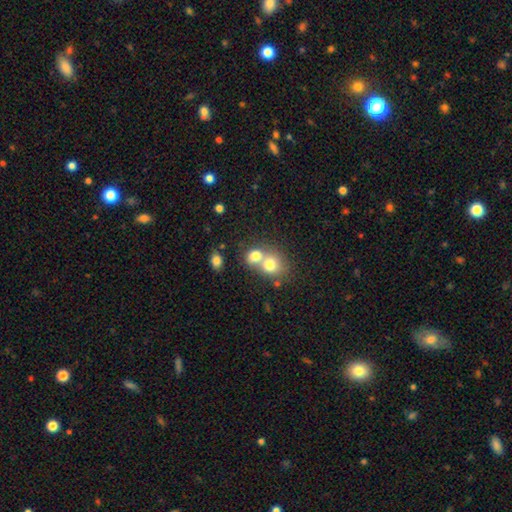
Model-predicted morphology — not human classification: A smooth galaxy with no disk features (75%) that is round (61%).

Vote fractions:
- Smooth or featured? smooth: 75% / featured or disk: 14% / star or artifact: 11%
- How rounded? round: 61% / in between: 38% / cigar-shaped: 1%
- Merging? merger: 63% / none: 28% / minor disturbance: 6% / major disturbance: 3%